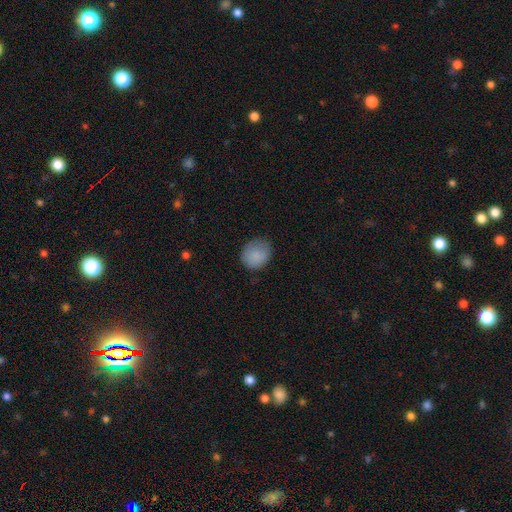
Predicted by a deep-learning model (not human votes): A smooth galaxy with no disk features (86%) that is round (69%).

Vote fractions:
- Smooth or featured? smooth: 86% / star or artifact: 8% / featured or disk: 6%
- How rounded? round: 69% / in between: 30% / cigar-shaped: 1%
- Merging? none: 75% / minor disturbance: 19% / major disturbance: 5% / merger: 1%